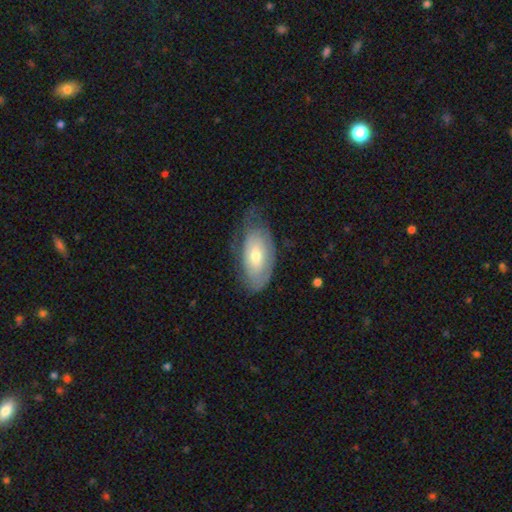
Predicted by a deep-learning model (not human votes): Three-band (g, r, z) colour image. It shows a smooth galaxy with no disk features (49%). Merging: none (51%).